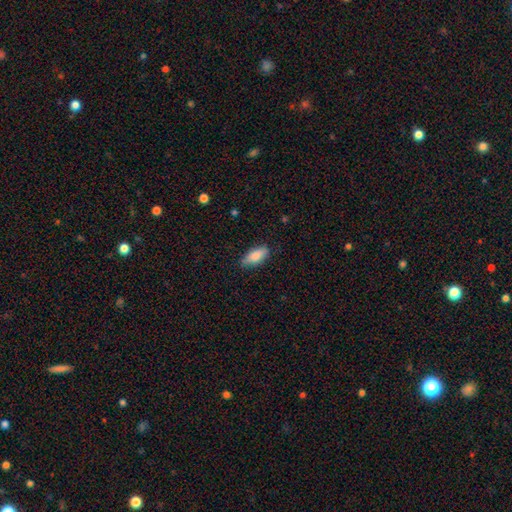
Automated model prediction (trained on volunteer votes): A smooth galaxy with no disk features (85%) that is in between round and cigar-shaped (84%).

Vote fractions:
- Smooth or featured? smooth: 85% / featured or disk: 9% / star or artifact: 6%
- How rounded? in between: 84% / cigar-shaped: 14% / round: 2%
- Merging? none: 84% / minor disturbance: 13% / major disturbance: 2% / merger: 1%